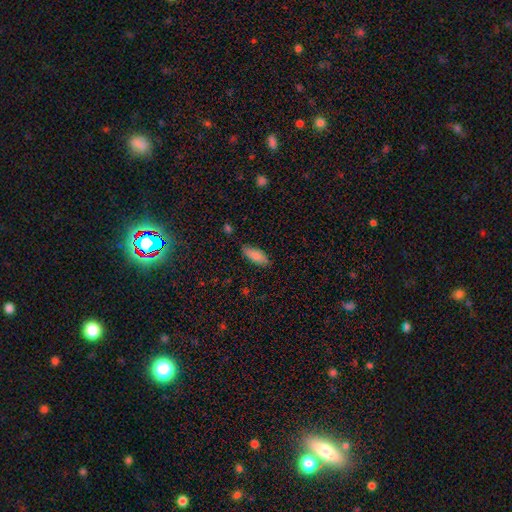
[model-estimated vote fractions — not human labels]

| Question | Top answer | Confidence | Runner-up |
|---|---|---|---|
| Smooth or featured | smooth | 85% | featured or disk (8%) |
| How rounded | in between | 72% | cigar-shaped (26%) |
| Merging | none | 84% | minor disturbance (13%) |